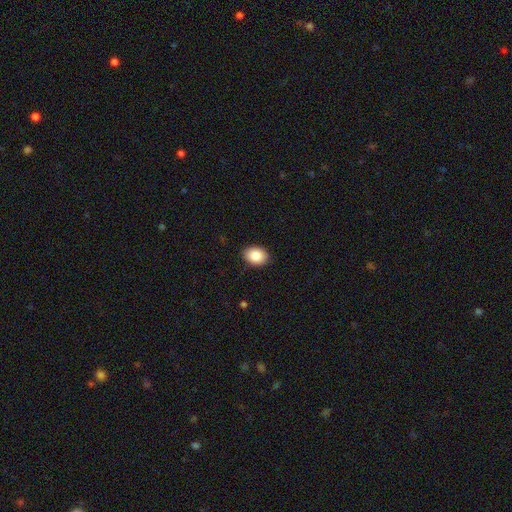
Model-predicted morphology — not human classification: smooth-or-featured: smooth: 87% | star or artifact: 8% | featured or disk: 5%
  how-rounded: in between: 73% | round: 26% | cigar-shaped: 1%
  merging: none: 90% | minor disturbance: 8% | major disturbance: 2% | merger: 1%